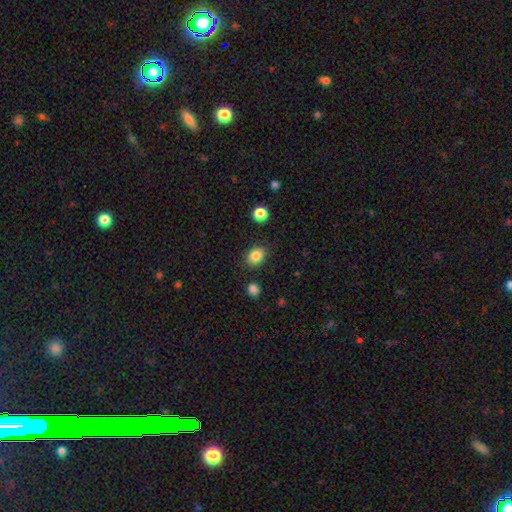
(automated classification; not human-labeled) This is clearly a smooth galaxy (85%). How rounded: likely in between (67%). Merging: clearly none (85%).